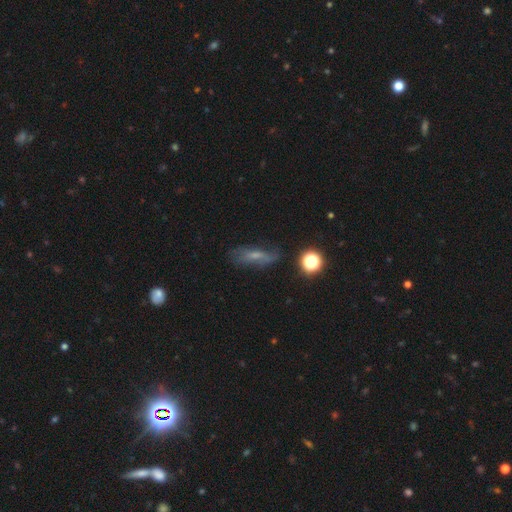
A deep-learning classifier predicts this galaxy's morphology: The model was most divided on "smooth or featured": smooth: 45%, featured or disk: 39%, star or artifact: 16%. More confident: merging — none (54%).